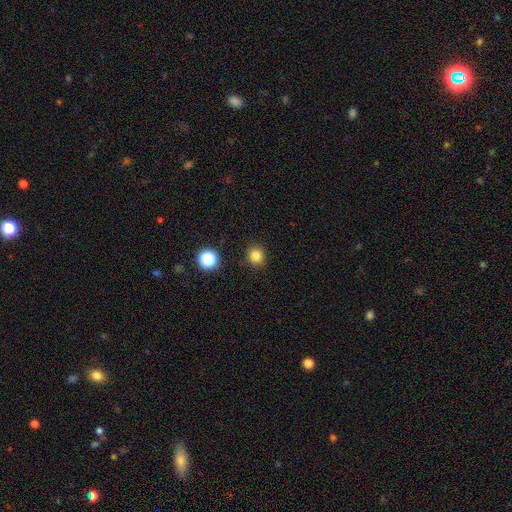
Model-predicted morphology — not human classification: Overall: smooth (81%). How rounded: round (93%). Merging: none (91%).